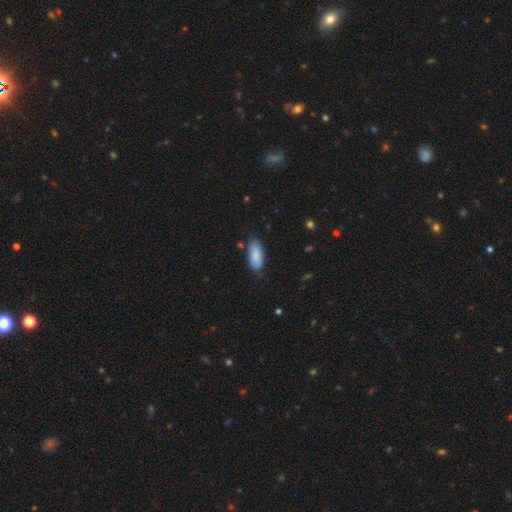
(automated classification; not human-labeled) Smooth or featured? Predicted: smooth (p=0.86). How rounded? Predicted: in between (p=0.86). Merging? Predicted: none (p=0.76).